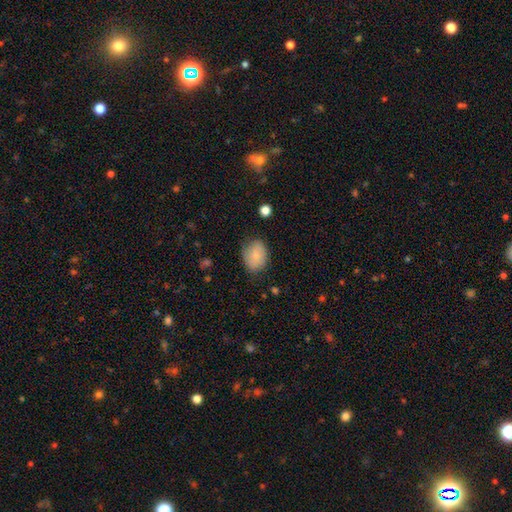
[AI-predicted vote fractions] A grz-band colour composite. It shows a smooth galaxy with no disk features (79%) that is in between round and cigar-shaped (64%). Merging: none (74%).